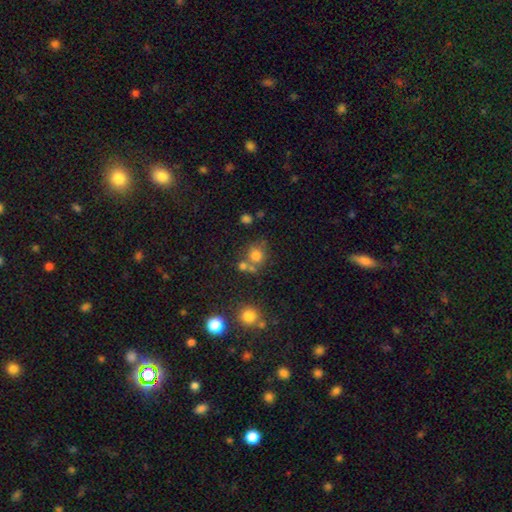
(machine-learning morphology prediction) Smooth or featured? Predicted: smooth (p=0.74). How rounded? Predicted: round (p=0.82). Merging? Predicted: none (p=0.56).